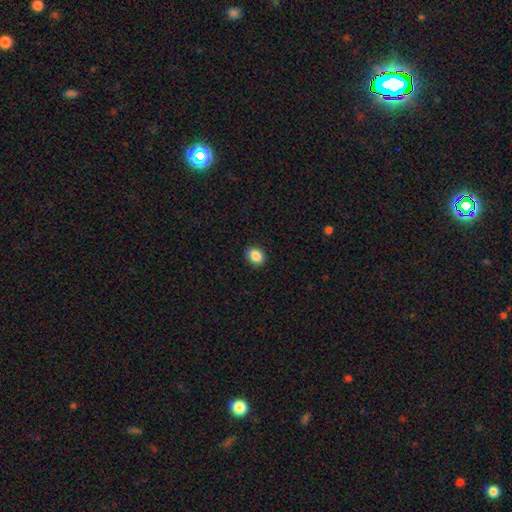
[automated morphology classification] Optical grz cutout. It shows a smooth galaxy with no disk features (87%) that is in between round and cigar-shaped (59%). Merging: none (90%).